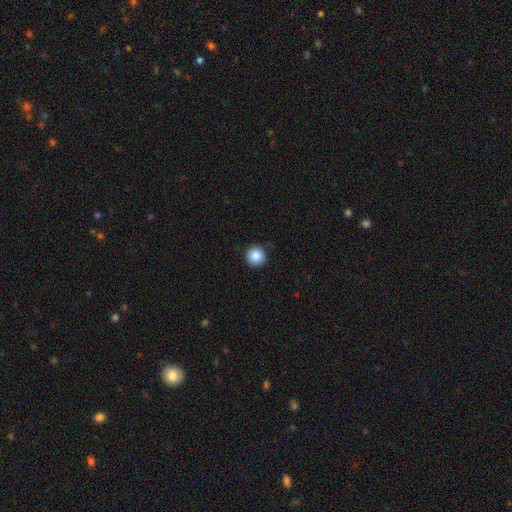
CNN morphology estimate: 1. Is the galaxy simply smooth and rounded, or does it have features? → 86% smooth, 10% star or artifact, 5% featured or disk.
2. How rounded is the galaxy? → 96% round, 3% in between, 1% cigar-shaped.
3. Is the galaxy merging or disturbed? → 90% none, 7% minor disturbance, 2% major disturbance, 1% merger.